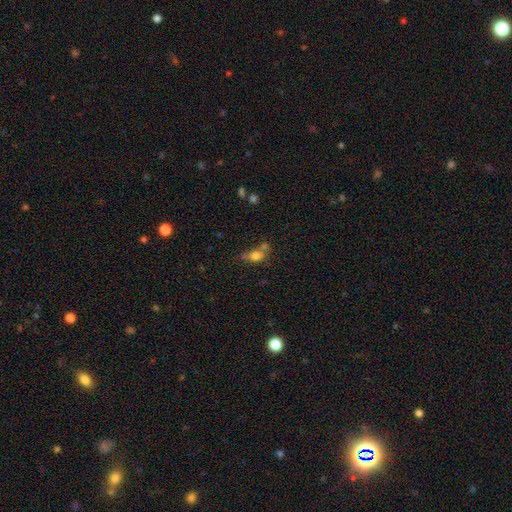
Morphology: type=smooth (95%); roundness=in between (81%); merging=none (54%).